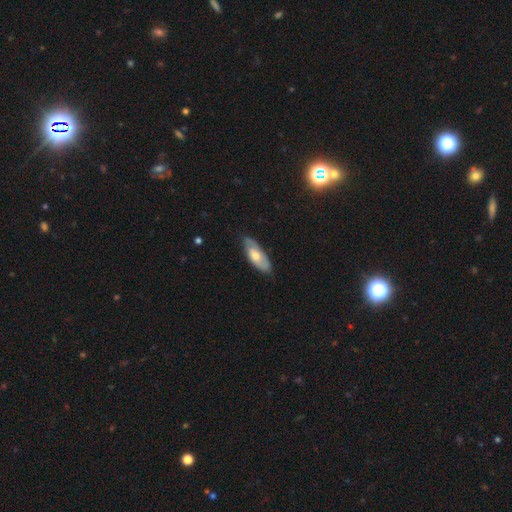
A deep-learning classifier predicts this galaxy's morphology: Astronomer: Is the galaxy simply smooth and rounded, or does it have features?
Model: smooth — 50% (runner-up: featured or disk, 45%).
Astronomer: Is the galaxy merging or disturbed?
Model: none — 74%.